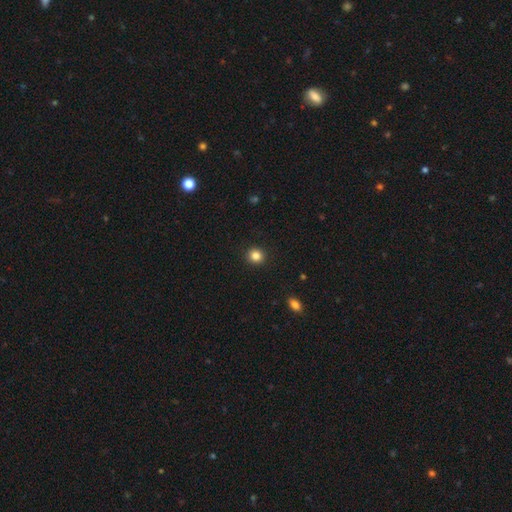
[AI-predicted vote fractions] Smooth or featured?
  - smooth: 84% *
  - star or artifact: 11%
  - featured or disk: 4%
How rounded?
  - round: 91% *
  - in between: 8%
  - cigar-shaped: 1%
Merging?
  - none: 92% *
  - minor disturbance: 5%
  - major disturbance: 2%
  - merger: 1%